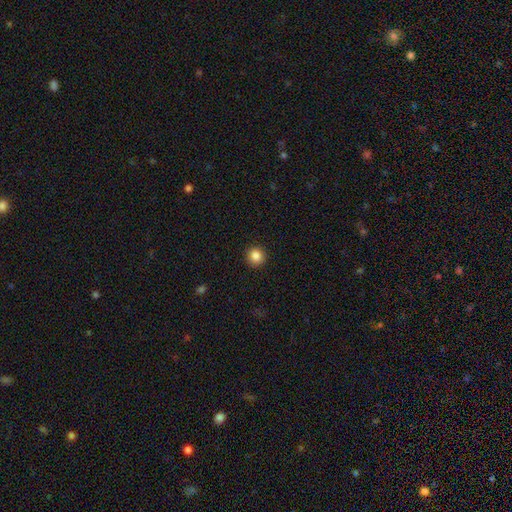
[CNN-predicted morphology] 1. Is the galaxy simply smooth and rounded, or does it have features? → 85% smooth, 10% star or artifact, 5% featured or disk.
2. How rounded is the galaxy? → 92% round, 7% in between, 1% cigar-shaped.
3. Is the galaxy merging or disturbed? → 92% none, 5% minor disturbance, 2% major disturbance, 1% merger.